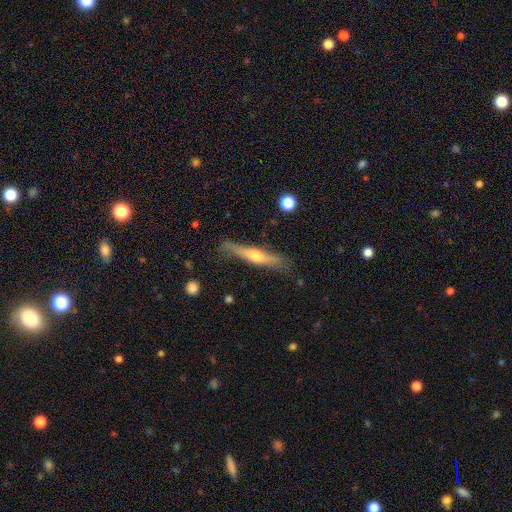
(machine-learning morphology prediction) featured or disk 56%, smooth 38%, star or artifact 6%. Down the decision tree: edge-on disk — yes (92%); edge-on bulge — rounded (85%); merging — none (75%).